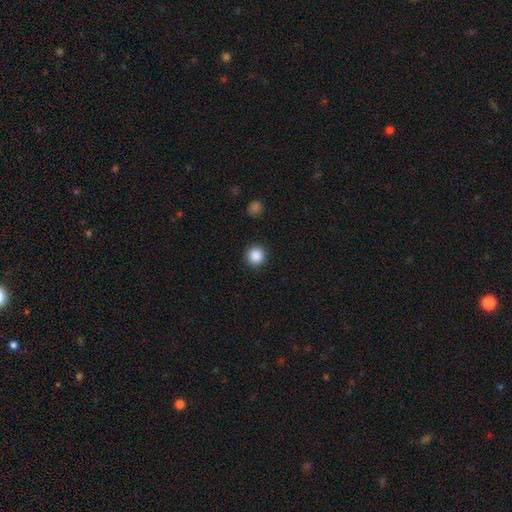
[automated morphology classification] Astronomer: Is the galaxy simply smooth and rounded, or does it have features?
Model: smooth — 87%.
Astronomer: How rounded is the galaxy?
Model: round — 94%.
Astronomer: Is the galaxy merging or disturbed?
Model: none — 92%.